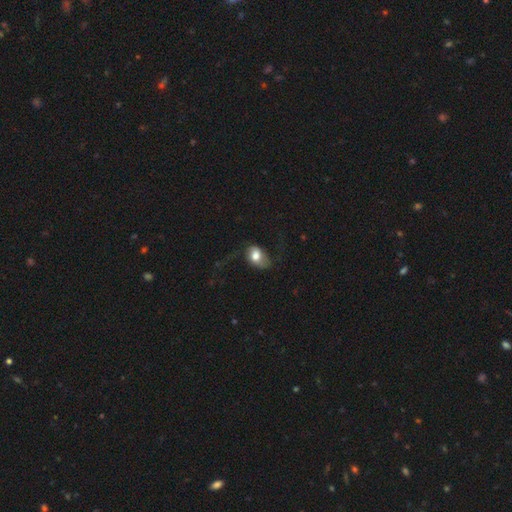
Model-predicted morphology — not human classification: The model was most divided on "merging": none: 44%, major disturbance: 28%, minor disturbance: 26%, merger: 2%. More confident: how rounded — in between (77%); smooth or featured — smooth (68%).